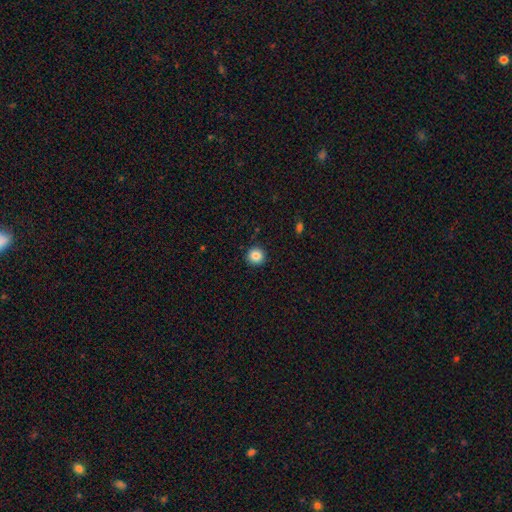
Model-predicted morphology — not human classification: Overall: smooth (86%). How rounded: round (95%). Merging: none (92%).